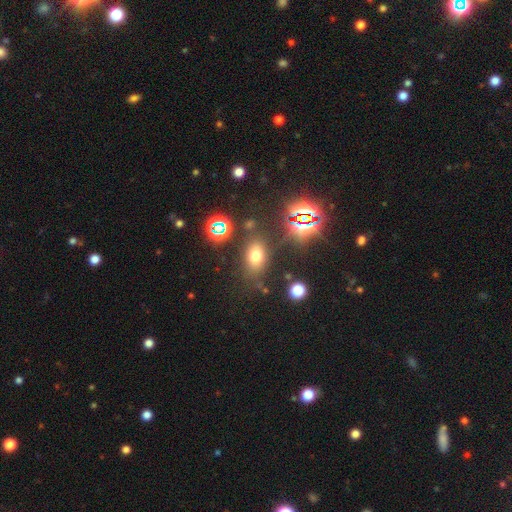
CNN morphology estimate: smooth 63%, star or artifact 25%, featured or disk 12%. Down the decision tree: how rounded — in between (75%); merging — none (76%).